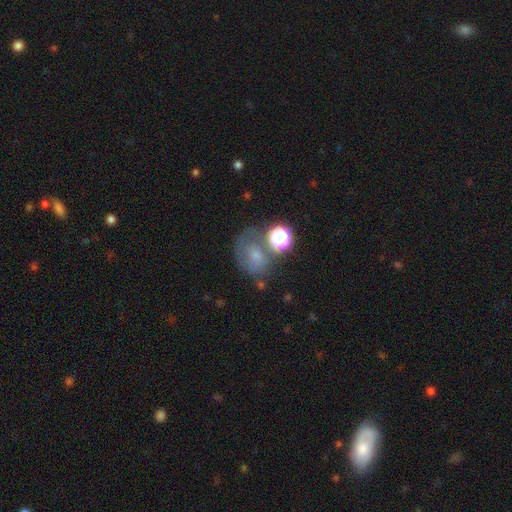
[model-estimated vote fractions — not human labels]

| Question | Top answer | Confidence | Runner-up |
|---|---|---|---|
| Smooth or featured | smooth | 55% | featured or disk (25%) |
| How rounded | in between | 56% | round (43%) |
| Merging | none | 41% | minor disturbance (23%) |